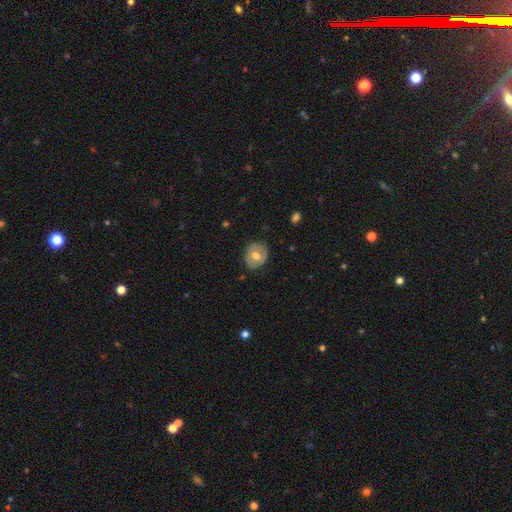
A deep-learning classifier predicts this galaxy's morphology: smooth 47%, featured or disk 46%, star or artifact 6%. Down the decision tree: merging — none (80%).